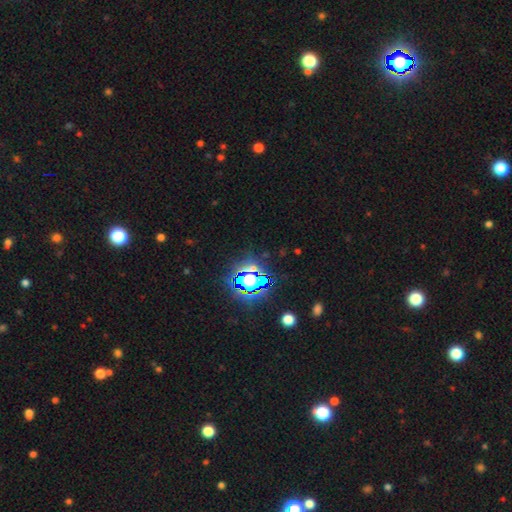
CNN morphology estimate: Smooth or featured?
  - star or artifact: 82% *
  - smooth: 11%
  - featured or disk: 8%